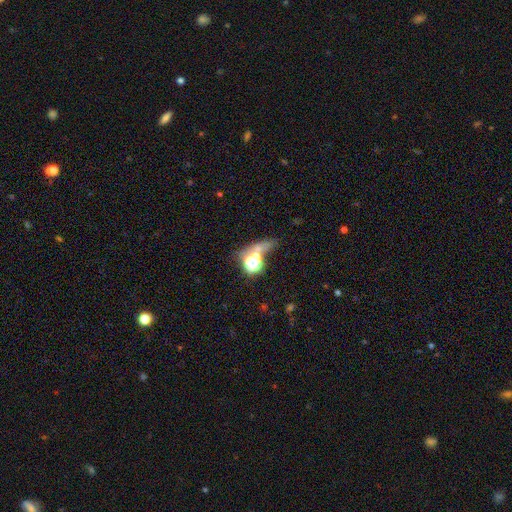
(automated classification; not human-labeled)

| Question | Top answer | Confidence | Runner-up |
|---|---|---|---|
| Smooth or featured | smooth | 44% | star or artifact (39%) |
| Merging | none | 44% | merger (29%) |